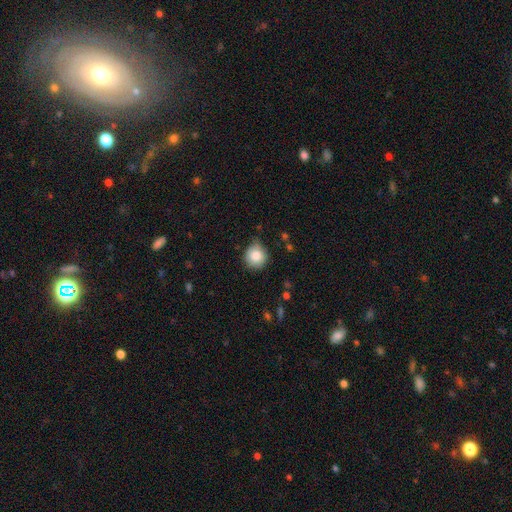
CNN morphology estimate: smooth 84%, star or artifact 9%, featured or disk 8%. Down the decision tree: how rounded — round (92%); merging — none (72%).